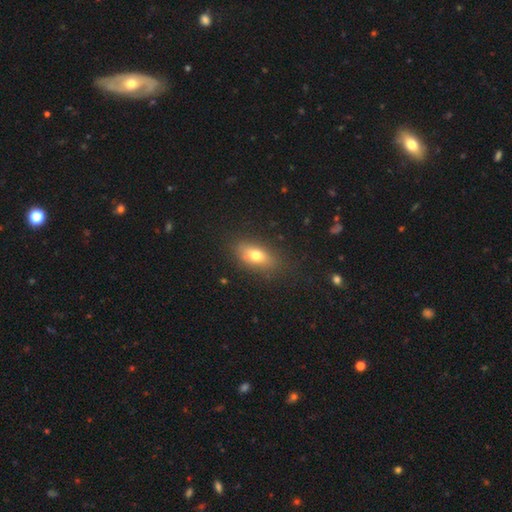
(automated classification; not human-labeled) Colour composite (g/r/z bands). It shows a smooth galaxy with no disk features (73%) that is in between round and cigar-shaped (82%). Merging: none (79%).